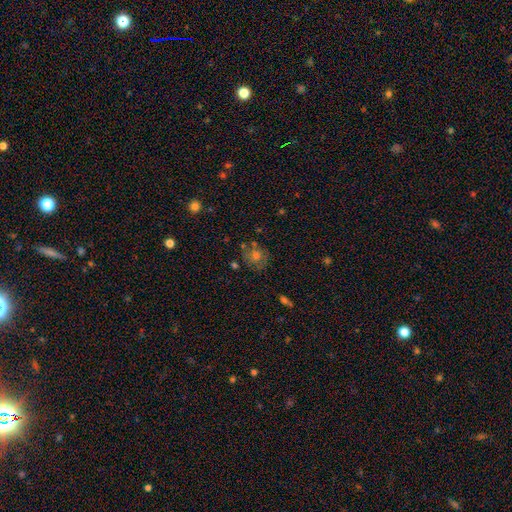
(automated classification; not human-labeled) Morphology: type=smooth (51%); roundness=round (81%); merging=none (69%).